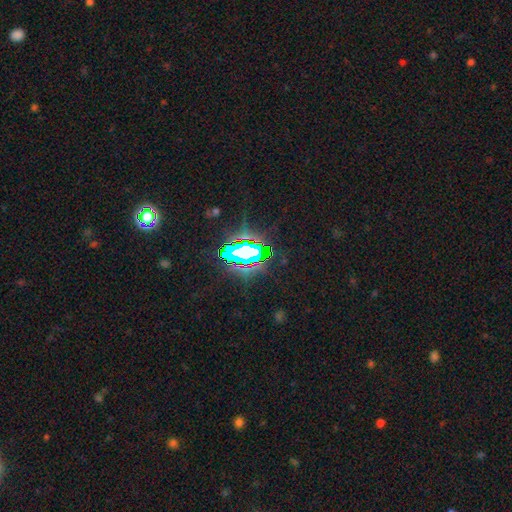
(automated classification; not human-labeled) Smooth or featured?
  - star or artifact: 76% *
  - smooth: 13%
  - featured or disk: 11%